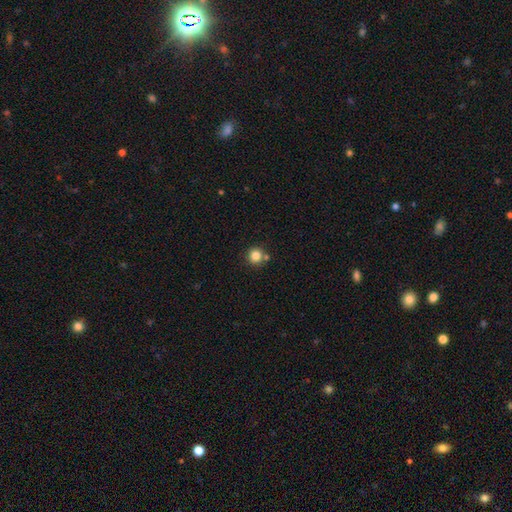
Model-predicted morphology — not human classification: Smooth or featured? Predicted: smooth (p=0.83). How rounded? Predicted: round (p=0.93). Merging? Predicted: none (p=0.73).